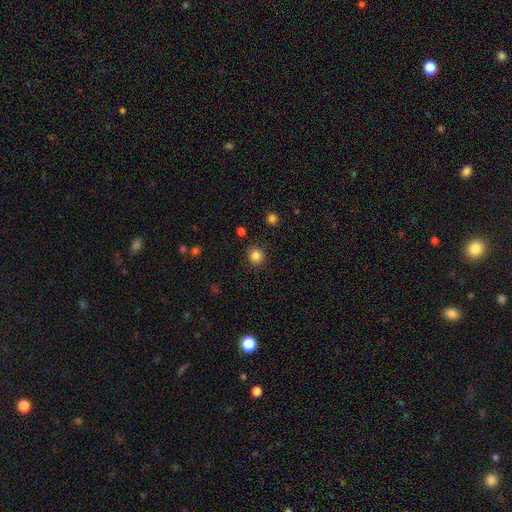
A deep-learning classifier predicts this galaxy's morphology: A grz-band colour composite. It shows a smooth galaxy with no disk features (85%) that is round (89%). Merging: none (90%).